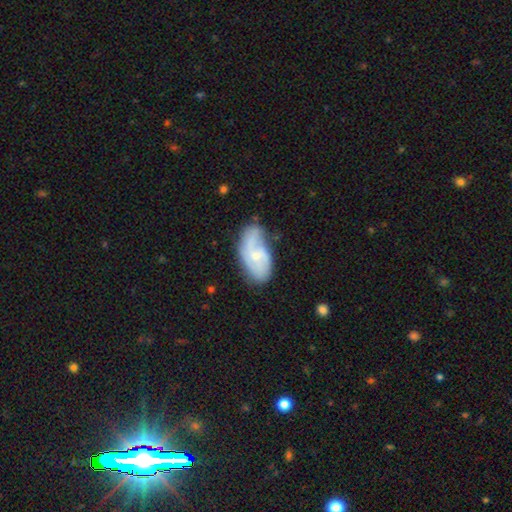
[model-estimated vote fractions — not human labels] A featured or disk galaxy (62%) with no bar (61%), spiral arms (82%) and a small central bulge (61%). Merging: none (48%).